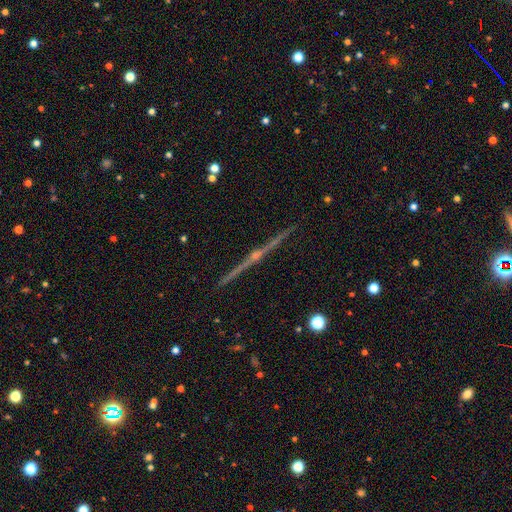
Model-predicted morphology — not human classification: smooth-or-featured: featured or disk: 82% | star or artifact: 10% | smooth: 9%
  disk-edge-on: yes: 98% | no: 2%
    edge-on-bulge: rounded: 81% | none: 12% | boxy: 7%
  merging: none: 91% | minor disturbance: 6% | major disturbance: 2% | merger: 2%